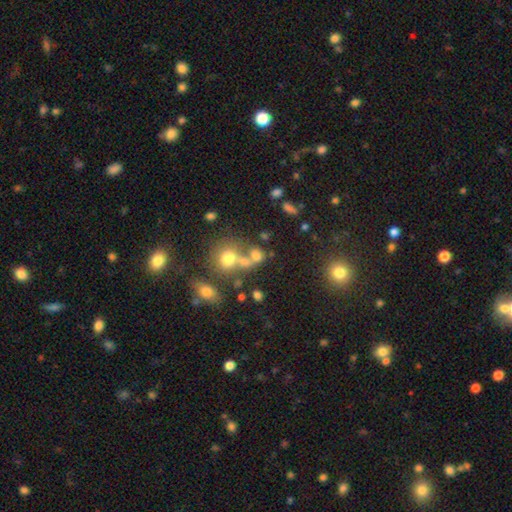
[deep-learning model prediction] smooth 67%, star or artifact 19%, featured or disk 15%. Down the decision tree: how rounded — round (52%); merging — merger (44%).